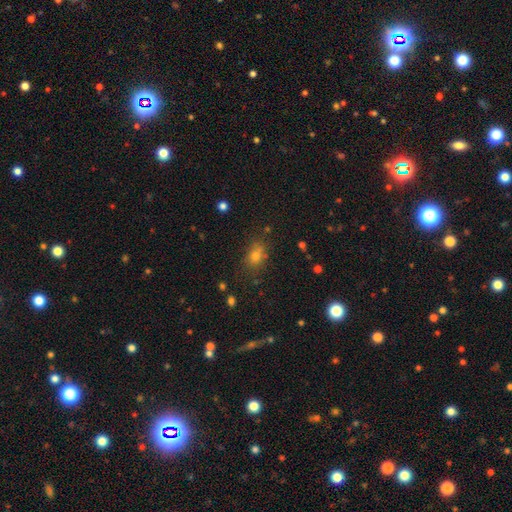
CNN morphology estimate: Overall: smooth (67%). How rounded: in between (56%; round 41%). Merging: none (73%).